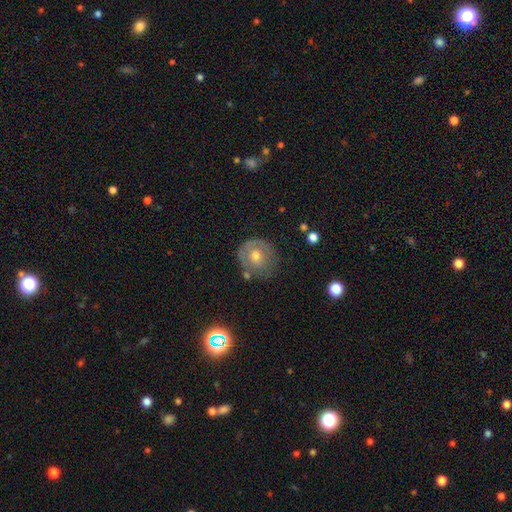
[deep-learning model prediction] Smooth or featured?
  - smooth: 50% *
  - featured or disk: 42%
  - star or artifact: 8%
Merging?
  - none: 63% *
  - minor disturbance: 23%
  - major disturbance: 9%
  - merger: 5%